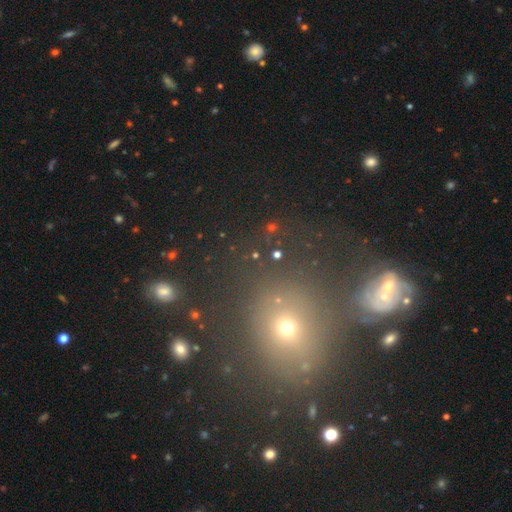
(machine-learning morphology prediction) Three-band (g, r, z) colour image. It shows a star or artifact, not a galaxy (45%).